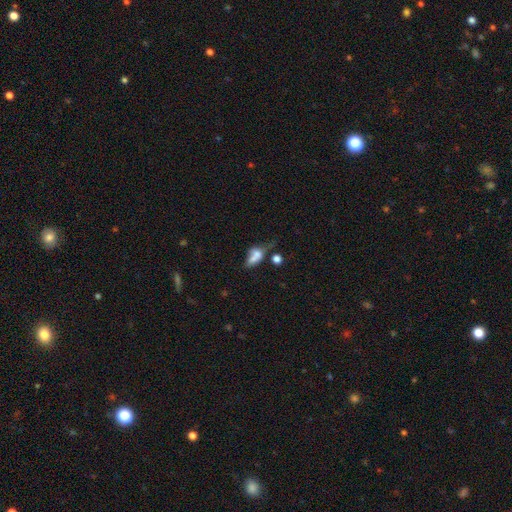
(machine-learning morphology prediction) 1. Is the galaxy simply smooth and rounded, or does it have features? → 61% smooth, 27% featured or disk, 12% star or artifact.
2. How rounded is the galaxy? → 69% in between, 21% round, 10% cigar-shaped.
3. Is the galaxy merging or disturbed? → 47% merger, 20% none, 18% major disturbance, 14% minor disturbance.